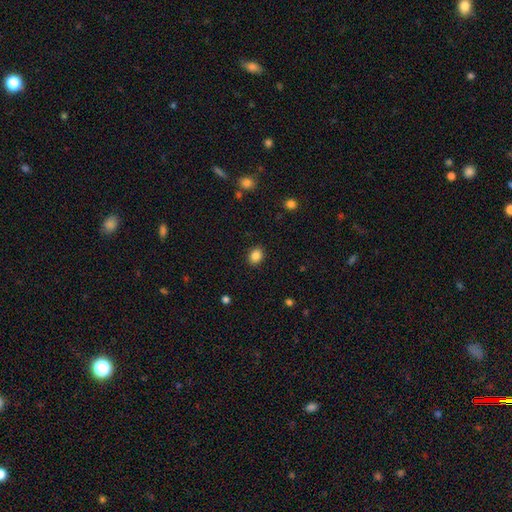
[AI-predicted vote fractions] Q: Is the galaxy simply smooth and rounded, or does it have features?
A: smooth — 86%.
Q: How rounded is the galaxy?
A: in between — 53%.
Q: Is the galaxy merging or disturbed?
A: none — 89%.